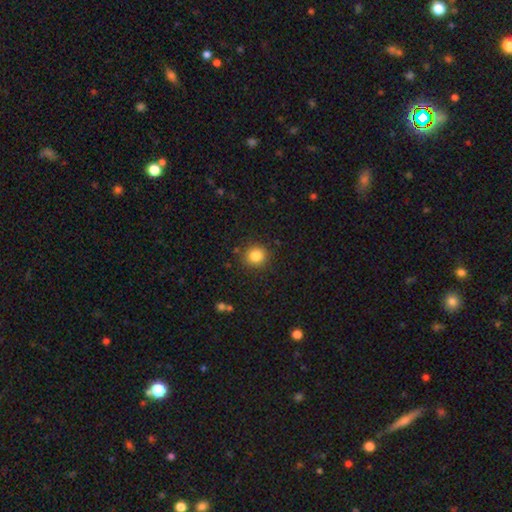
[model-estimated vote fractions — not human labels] Overall: smooth (83%). How rounded: round (89%). Merging: none (88%).